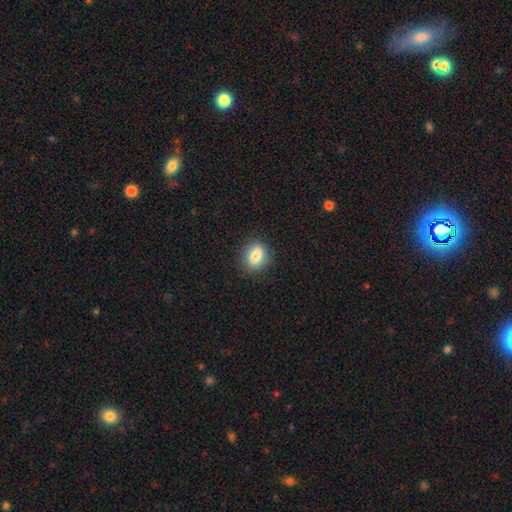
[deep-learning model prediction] Smooth or featured? Predicted: smooth (p=0.76). How rounded? Predicted: in between (p=0.59). Merging? Predicted: none (p=0.84).